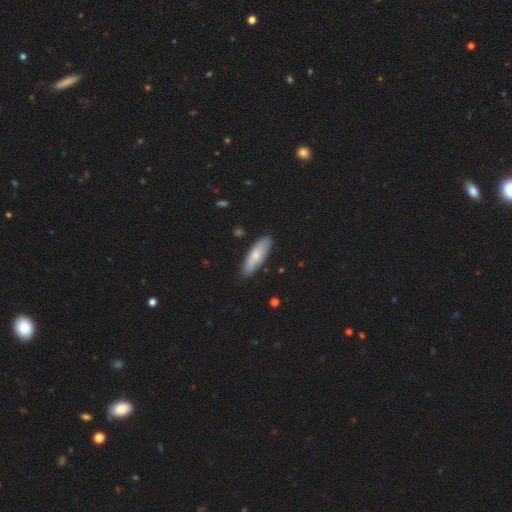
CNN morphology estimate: A smooth galaxy with no disk features (70%) that is in between round and cigar-shaped (54%).

Vote fractions:
- Smooth or featured? smooth: 70% / featured or disk: 24% / star or artifact: 5%
- How rounded? in between: 54% / cigar-shaped: 44% / round: 2%
- Merging? none: 85% / minor disturbance: 11% / major disturbance: 2% / merger: 1%